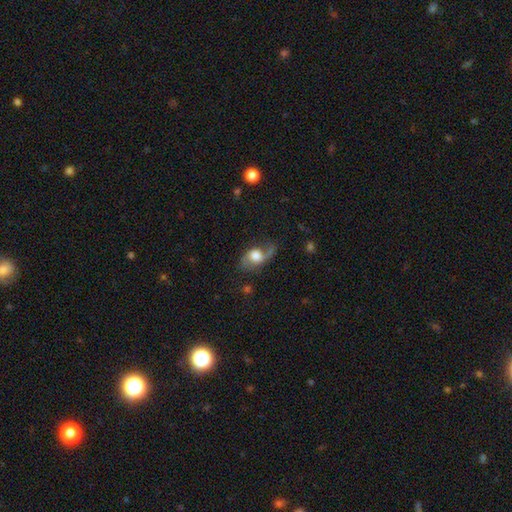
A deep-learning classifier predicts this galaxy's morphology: smooth-or-featured: featured or disk: 47% | smooth: 44% | star or artifact: 8%
  merging: none: 46% | minor disturbance: 26% | major disturbance: 25% | merger: 4%